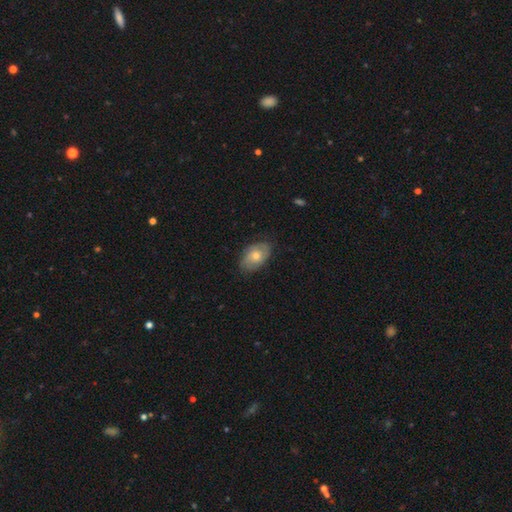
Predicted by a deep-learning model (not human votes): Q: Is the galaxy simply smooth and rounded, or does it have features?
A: featured or disk — 48%.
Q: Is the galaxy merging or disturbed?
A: none — 77%.